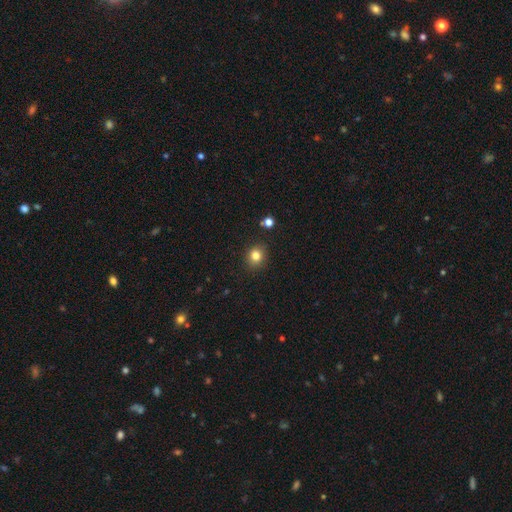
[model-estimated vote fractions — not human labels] Smooth or featured: smooth — 81% (star or artifact — 12%)
How rounded: round — 77% (in between — 22%)
Merging: none — 88% (minor disturbance — 8%)